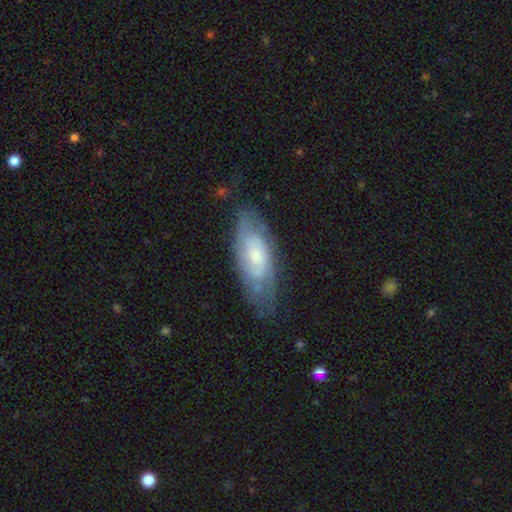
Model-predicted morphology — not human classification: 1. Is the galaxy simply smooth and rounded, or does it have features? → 61% featured or disk, 33% smooth, 6% star or artifact.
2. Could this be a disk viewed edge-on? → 85% no, 15% yes.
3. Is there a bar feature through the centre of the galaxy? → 71% no, 25% weak, 4% strong.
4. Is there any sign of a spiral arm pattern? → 74% yes, 26% no.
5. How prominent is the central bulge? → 46% moderate, 38% small, 9% large, 6% none, 1% dominant.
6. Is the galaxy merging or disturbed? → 64% none, 25% minor disturbance, 9% major disturbance, 2% merger.